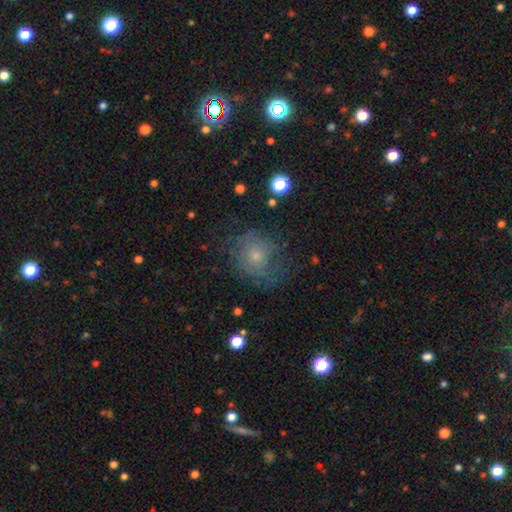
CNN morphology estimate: smooth 49%, featured or disk 31%, star or artifact 20%. Down the decision tree: merging — none (62%).